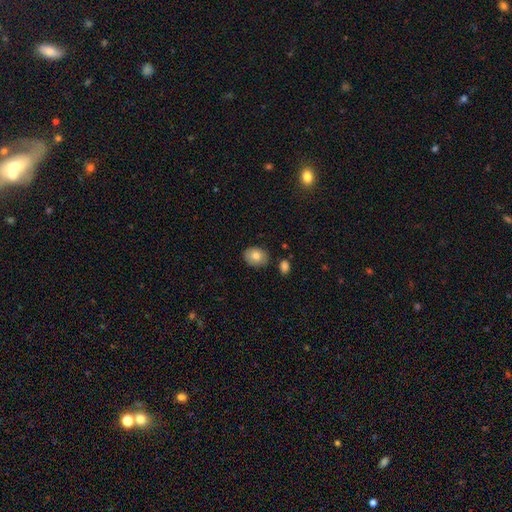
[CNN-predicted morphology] type=smooth (80%); roundness=in between (54%); merging=none (83%).